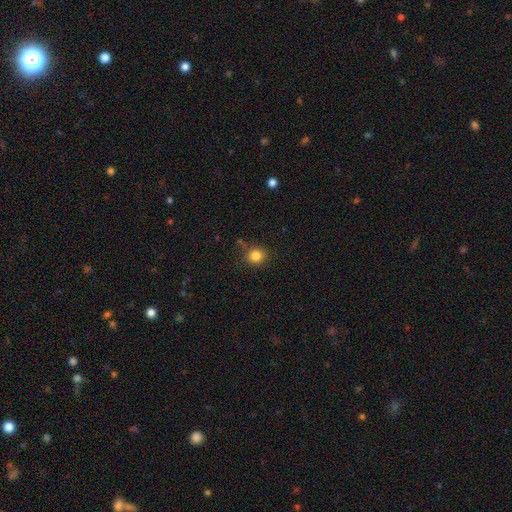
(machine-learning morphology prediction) A smooth galaxy with no disk features (84%) that is round (87%).

Vote fractions:
- Smooth or featured? smooth: 84% / star or artifact: 11% / featured or disk: 5%
- How rounded? round: 87% / in between: 12% / cigar-shaped: 1%
- Merging? none: 78% / minor disturbance: 14% / major disturbance: 4% / merger: 4%